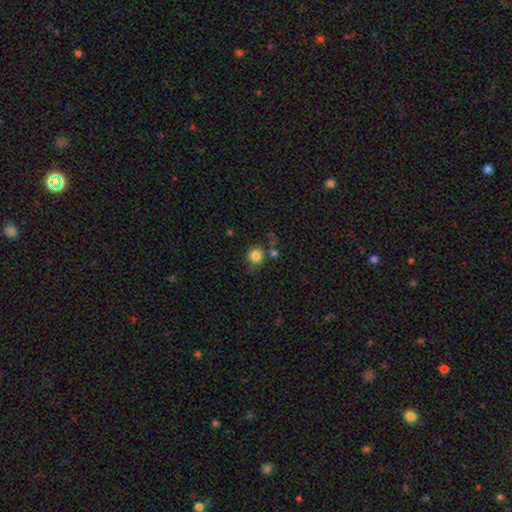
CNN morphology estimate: Smooth or featured? smooth (84%)
How rounded? round (92%)
Merging? none (75%)